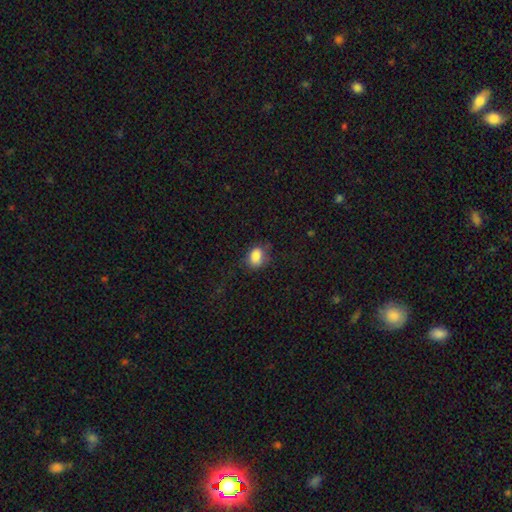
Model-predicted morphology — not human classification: smooth 83%, star or artifact 10%, featured or disk 7%. Down the decision tree: how rounded — in between (61%); merging — none (67%).